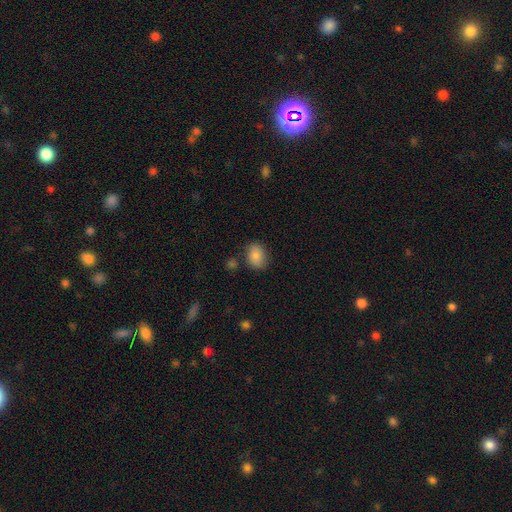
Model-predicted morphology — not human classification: Smooth or featured? Predicted: smooth (p=0.86). How rounded? Predicted: in between (p=0.70). Merging? Predicted: none (p=0.77).